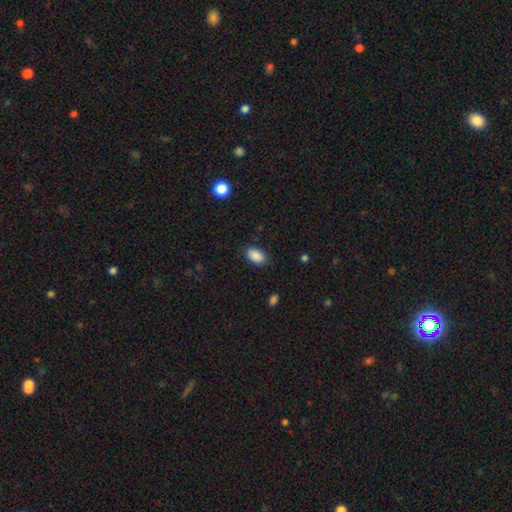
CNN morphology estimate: This is clearly a smooth galaxy (89%). How rounded: clearly in between (91%). Merging: clearly none (85%).